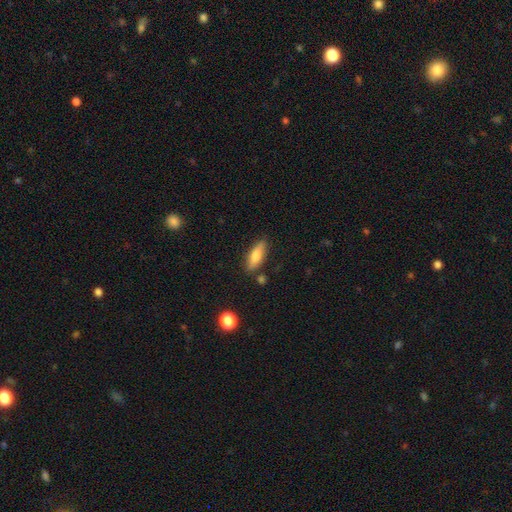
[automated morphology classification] smooth 70%, featured or disk 23%, star or artifact 7%. Down the decision tree: how rounded — in between (51%); merging — none (82%).